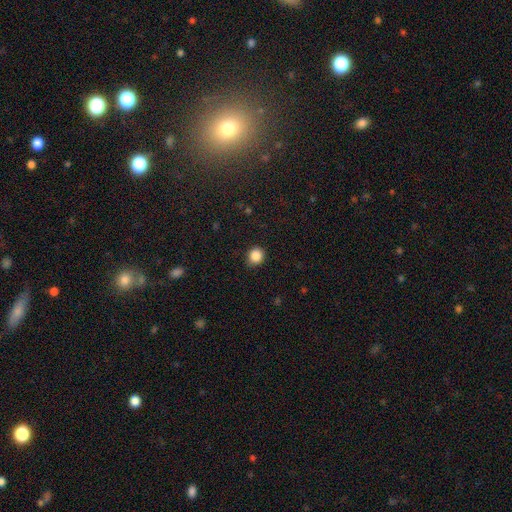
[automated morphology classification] smooth-or-featured: smooth: 86% | star or artifact: 10% | featured or disk: 3%
  how-rounded: round: 84% | in between: 15% | cigar-shaped: 1%
  merging: none: 85% | minor disturbance: 11% | major disturbance: 3% | merger: 1%